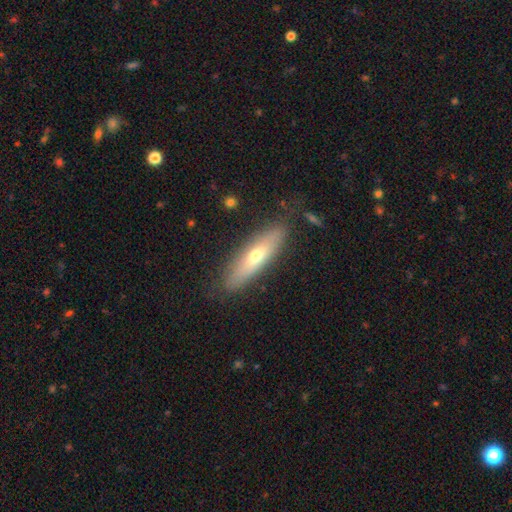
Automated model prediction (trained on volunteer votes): Smooth or featured? smooth (52%)
How rounded? cigar-shaped (66%)
Merging? none (82%)